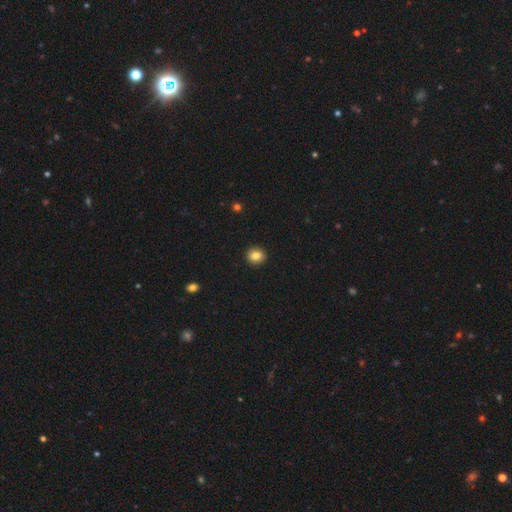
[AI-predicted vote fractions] smooth-or-featured: smooth: 83% | star or artifact: 9% | featured or disk: 7%
  how-rounded: round: 71% | in between: 28% | cigar-shaped: 1%
  merging: none: 92% | minor disturbance: 6% | major disturbance: 2% | merger: 1%